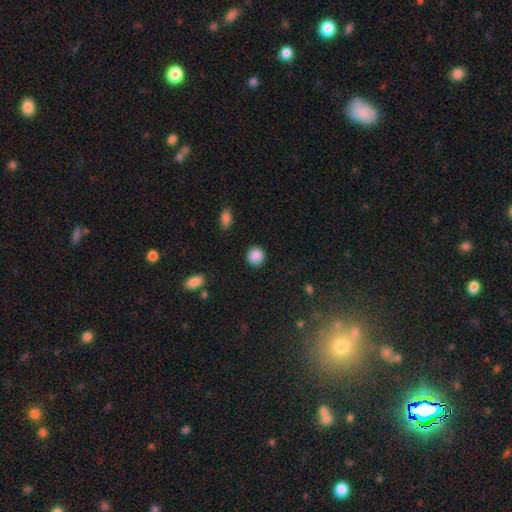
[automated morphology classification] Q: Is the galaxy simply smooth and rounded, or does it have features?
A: smooth — 88%.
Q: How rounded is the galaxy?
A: round — 90%.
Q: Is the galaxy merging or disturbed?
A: none — 88%.